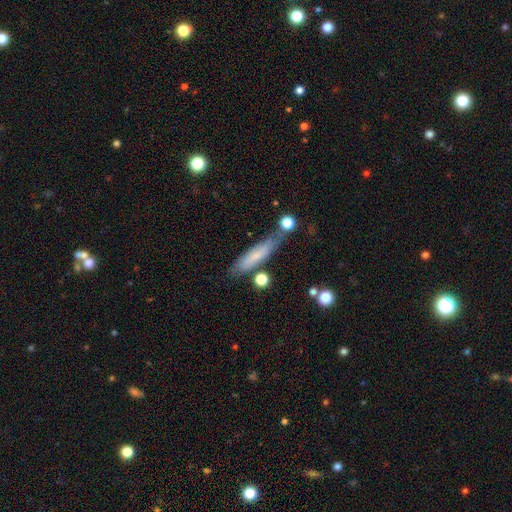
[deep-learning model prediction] This is likely a smooth galaxy (62%). How rounded: likely cigar-shaped (80%). Merging: likely none (64%).